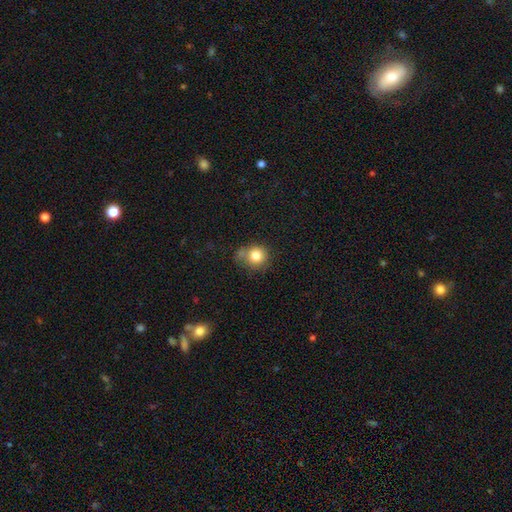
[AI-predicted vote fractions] This appears to be a smooth galaxy with no disk features (81%) that is round (85%). Merging: none (58%).